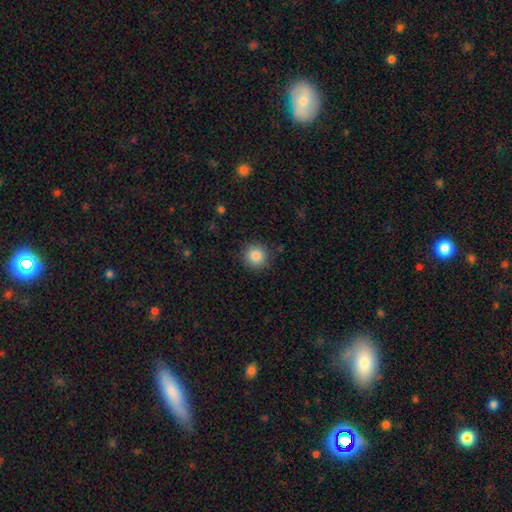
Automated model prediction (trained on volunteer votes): Q: Smooth or featured?
A: smooth (86%); runner-up: star or artifact (9%)
Q: How rounded?
A: round (94%); runner-up: in between (5%)
Q: Merging?
A: none (88%); runner-up: minor disturbance (8%)